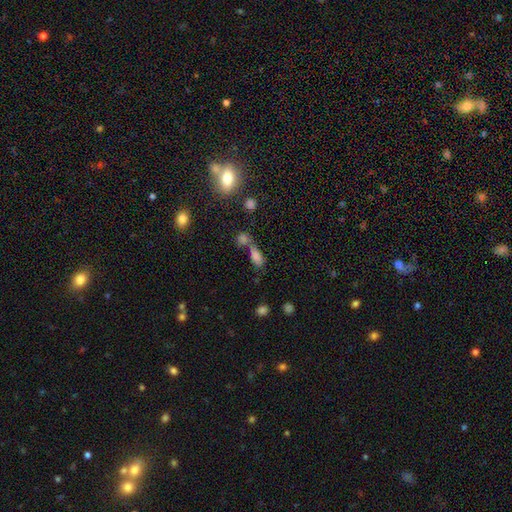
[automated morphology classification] A smooth galaxy with no disk features (74%) that is in between round and cigar-shaped (78%).

Vote fractions:
- Smooth or featured? smooth: 74% / star or artifact: 16% / featured or disk: 10%
- How rounded? in between: 78% / cigar-shaped: 13% / round: 9%
- Merging? merger: 46% / none: 36% / minor disturbance: 11% / major disturbance: 8%